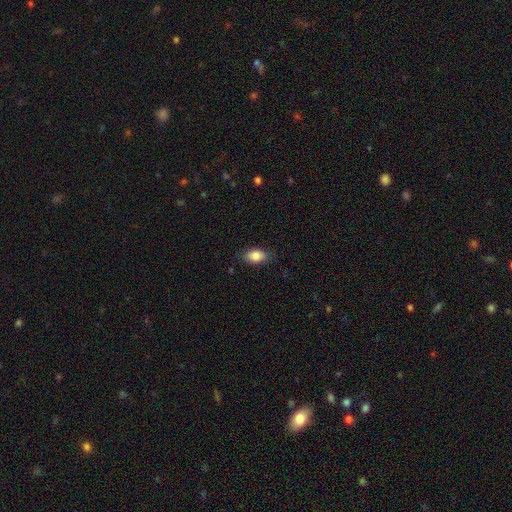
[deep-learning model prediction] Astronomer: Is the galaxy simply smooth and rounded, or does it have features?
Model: smooth — 85%.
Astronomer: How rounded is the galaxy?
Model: in between — 88%.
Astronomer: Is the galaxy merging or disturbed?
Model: none — 82%.